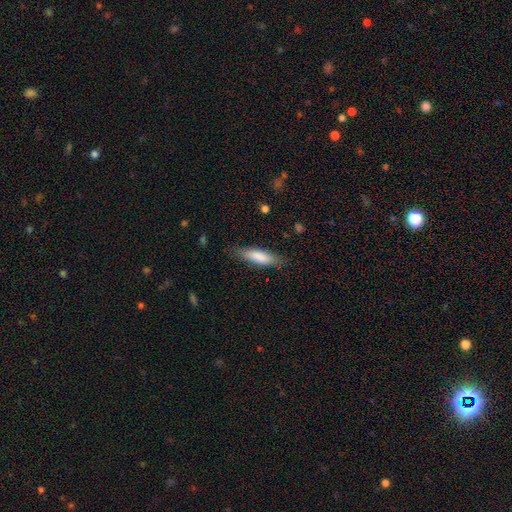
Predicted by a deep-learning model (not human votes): Smooth or featured? smooth (76%)
How rounded? cigar-shaped (69%)
Merging? none (82%)